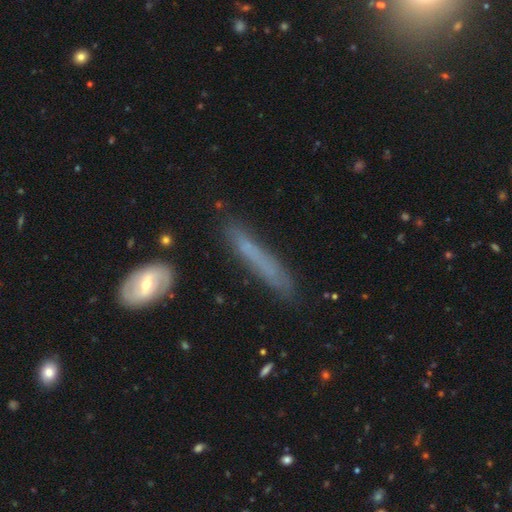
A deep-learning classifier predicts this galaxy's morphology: A smooth galaxy with no disk features (55%) that is cigar-shaped (92%). Merging: none (75%).